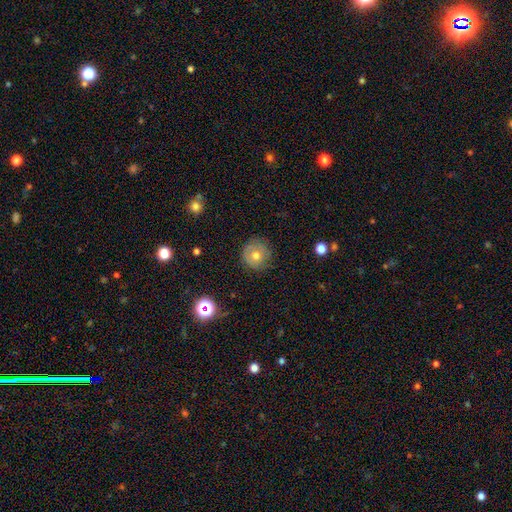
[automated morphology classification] Smooth or featured? Predicted: smooth (p=0.58). How rounded? Predicted: round (p=0.92). Merging? Predicted: none (p=0.79).